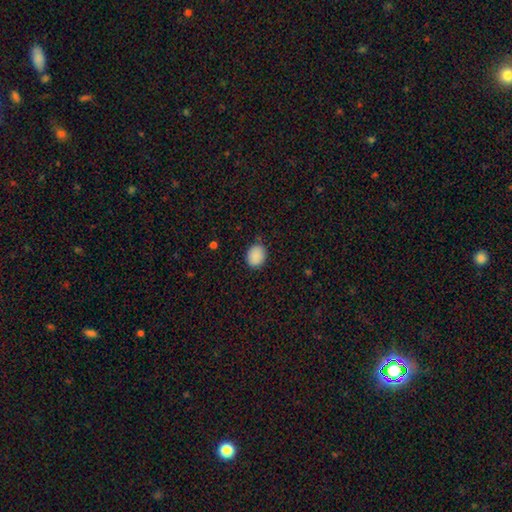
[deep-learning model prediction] Morphology: type=smooth (89%); roundness=round (52%); merging=none (82%).